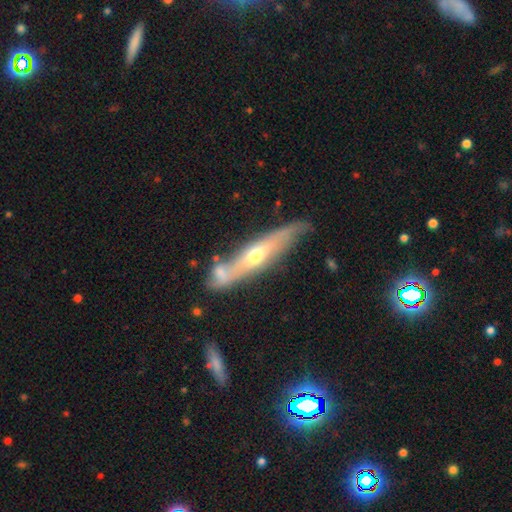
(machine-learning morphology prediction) Smooth or featured: featured or disk — 64% (smooth — 31%)
Edge-on disk: yes — 73% (no — 27%)
Merging: none — 58% (minor disturbance — 21%)